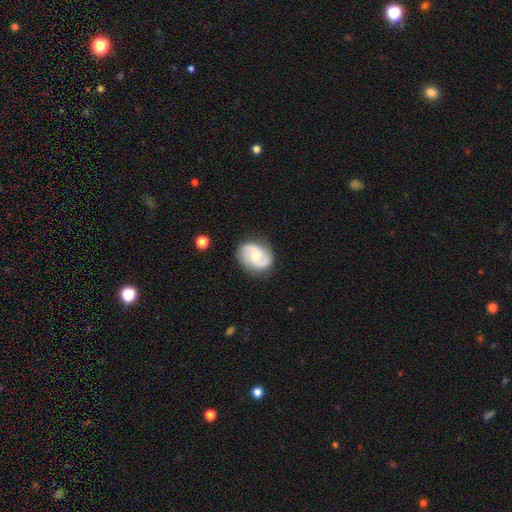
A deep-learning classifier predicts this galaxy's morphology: featured or disk 82%, smooth 13%, star or artifact 5%. Down the decision tree: edge-on disk — no (98%); bar — no (56%); spiral arms — yes (97%); spiral arm count — 2 (92%); spiral winding — medium (52%); bulge size — moderate (48%); merging — none (83%).